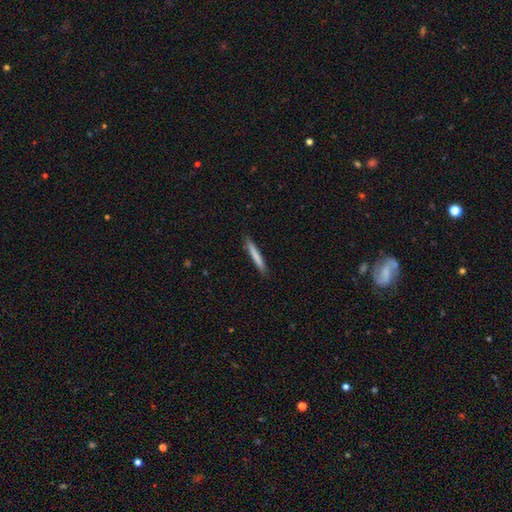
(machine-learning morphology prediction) Q: Smooth or featured?
A: smooth (78%); runner-up: featured or disk (17%)
Q: How rounded?
A: cigar-shaped (96%); runner-up: in between (3%)
Q: Merging?
A: none (90%); runner-up: minor disturbance (8%)